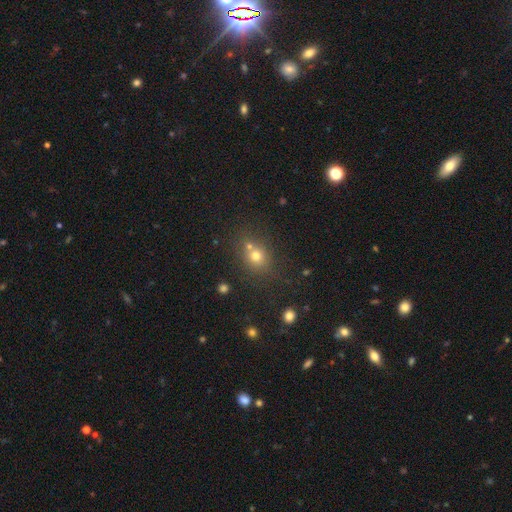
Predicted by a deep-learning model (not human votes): This appears to be a smooth galaxy with no disk features (67%) that is round (75%). Merging: none (58%).